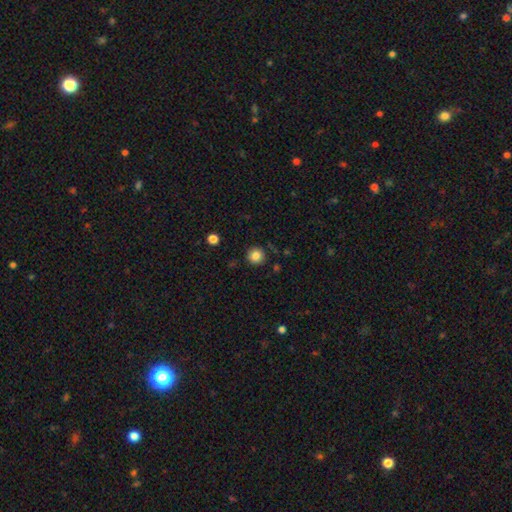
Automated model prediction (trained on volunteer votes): smooth_or_featured: smooth (p=0.84) [alt: star or artifact p=0.11]
how_rounded: round (p=0.94) [alt: in between p=0.05]
merging: none (p=0.89) [alt: minor disturbance p=0.07]